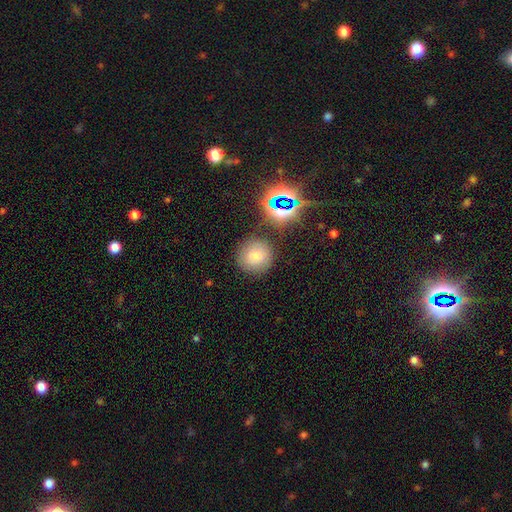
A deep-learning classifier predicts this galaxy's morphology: Smooth or featured?
  - smooth: 73% *
  - star or artifact: 17%
  - featured or disk: 10%
How rounded?
  - round: 91% *
  - in between: 8%
  - cigar-shaped: 1%
Merging?
  - none: 81% *
  - minor disturbance: 10%
  - merger: 5%
  - major disturbance: 4%